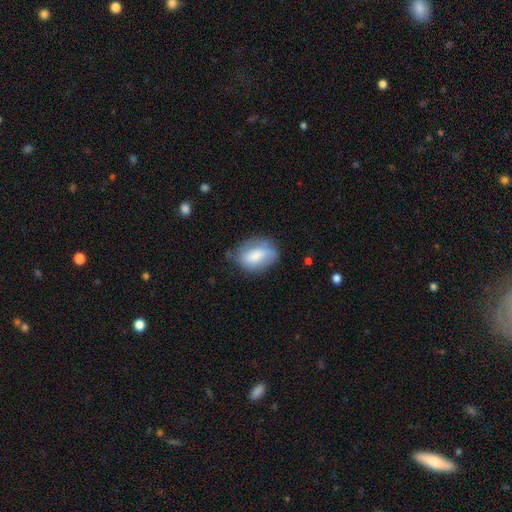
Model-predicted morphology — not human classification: Overall: smooth (74%). How rounded: in between (83%). Merging: none (61%; minor disturbance 28%).